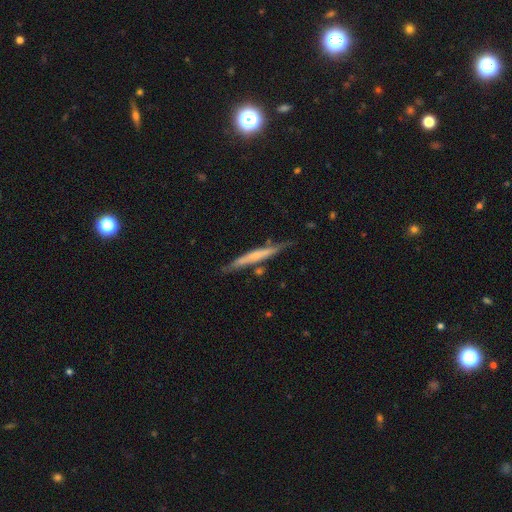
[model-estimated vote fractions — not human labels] A featured or disk galaxy (53%) viewed edge-on (94%) with no central bulge (65%).

Vote fractions:
- Smooth or featured? featured or disk: 53% / smooth: 41% / star or artifact: 6%
- Edge-on disk? yes: 94% / no: 6%
- Edge-on bulge? none: 65% / rounded: 26% / boxy: 10%
- Merging? none: 78% / minor disturbance: 15% / merger: 5% / major disturbance: 3%